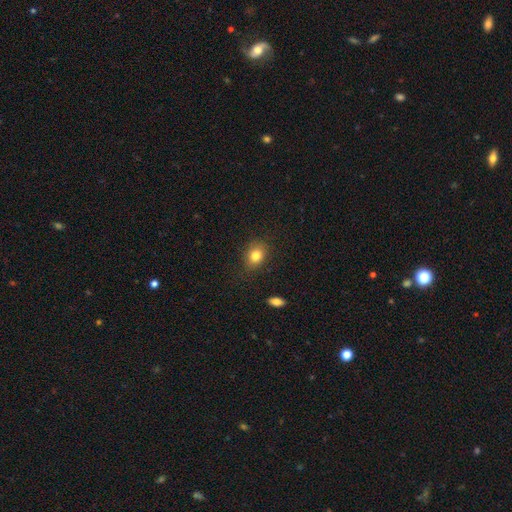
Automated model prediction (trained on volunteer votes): A smooth galaxy with no disk features (81%) that is in between round and cigar-shaped (58%). Merging: none (83%).